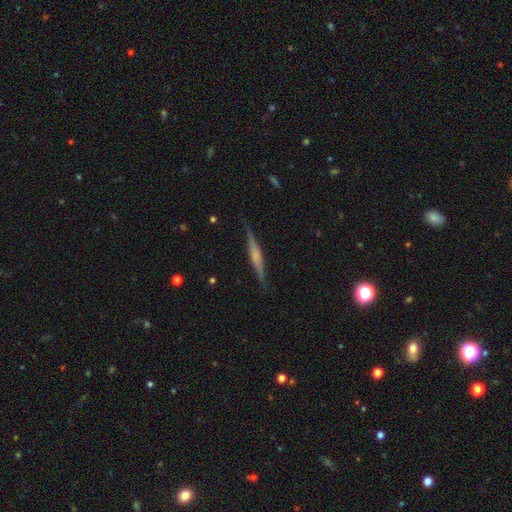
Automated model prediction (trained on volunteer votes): The model was most divided on "edge-on bulge": rounded: 45%, boxy: 27%, none: 27%. More confident: edge-on disk — yes (97%); merging — none (87%); smooth or featured — featured or disk (68%).